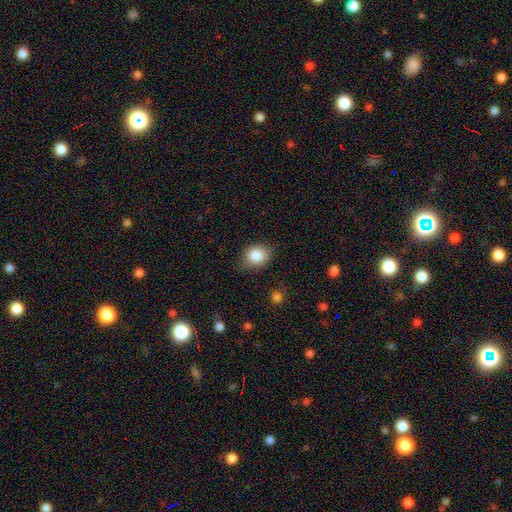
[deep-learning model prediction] smooth_or_featured: smooth (p=0.85) [alt: star or artifact p=0.09]
how_rounded: in between (p=0.51) [alt: round p=0.48]
merging: none (p=0.73) [alt: minor disturbance p=0.21]